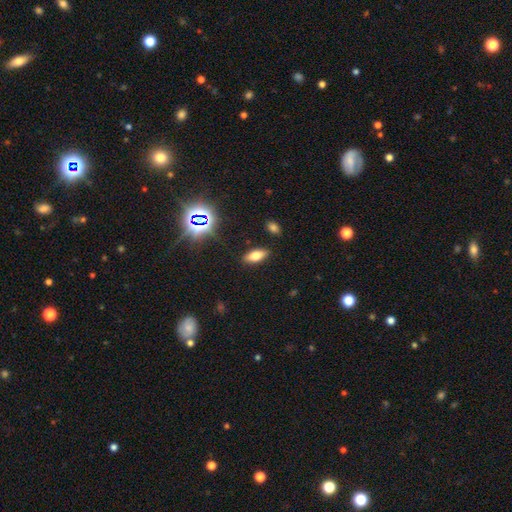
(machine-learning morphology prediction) type=smooth (67%); roundness=in between (78%); merging=none (87%).